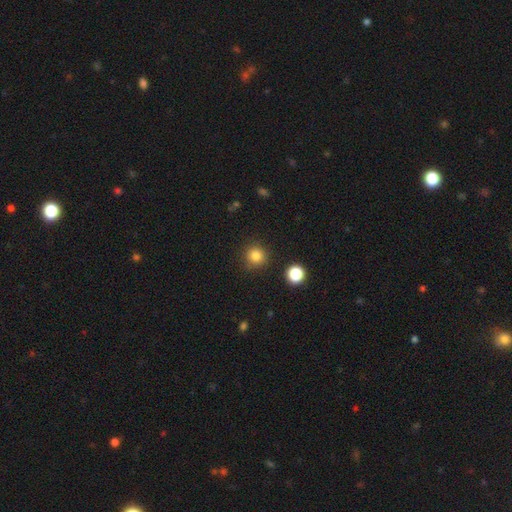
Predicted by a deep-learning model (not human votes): A smooth galaxy with no disk features (84%) that is round (94%). Merging: none (89%).